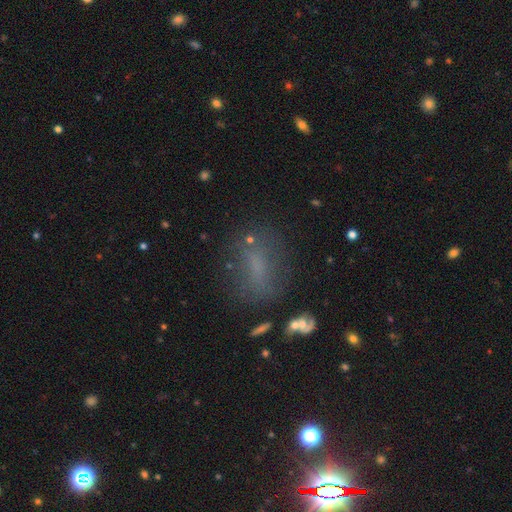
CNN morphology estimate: smooth_or_featured: smooth (p=0.57) [alt: star or artifact p=0.22]
how_rounded: in between (p=0.67) [alt: cigar-shaped p=0.17]
merging: none (p=0.63) [alt: minor disturbance p=0.19]